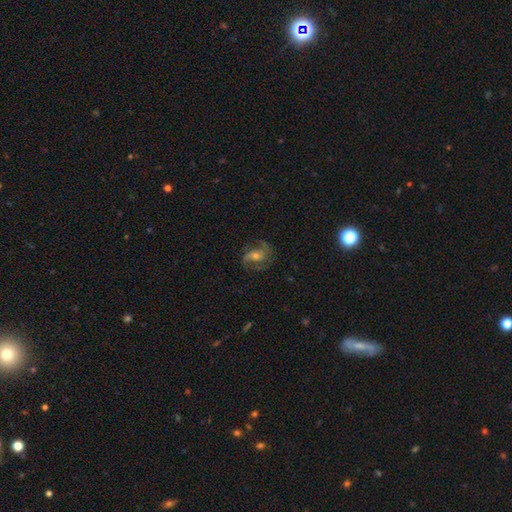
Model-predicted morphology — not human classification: Smooth or featured? Predicted: featured or disk (p=0.76). Edge-on disk? Predicted: no (p=0.97). Bar? Predicted: no (p=0.45). Spiral arms? Predicted: yes (p=0.94). Spiral winding? Predicted: medium (p=0.51). Spiral arm count? Predicted: 2 (p=0.62). Bulge size? Predicted: moderate (p=0.52). Merging? Predicted: none (p=0.71).